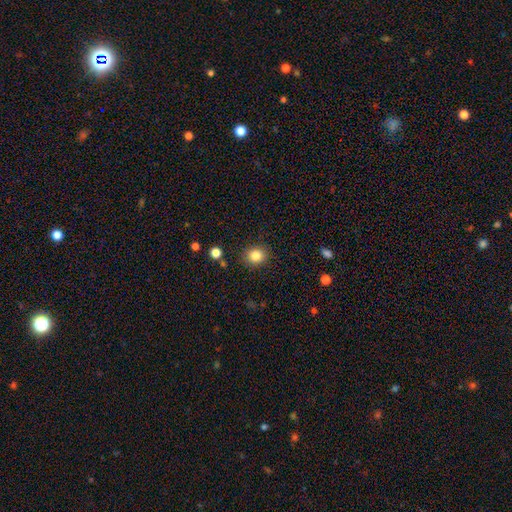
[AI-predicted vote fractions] This is clearly a smooth galaxy (84%). How rounded: likely round (74%). Merging: clearly none (87%).